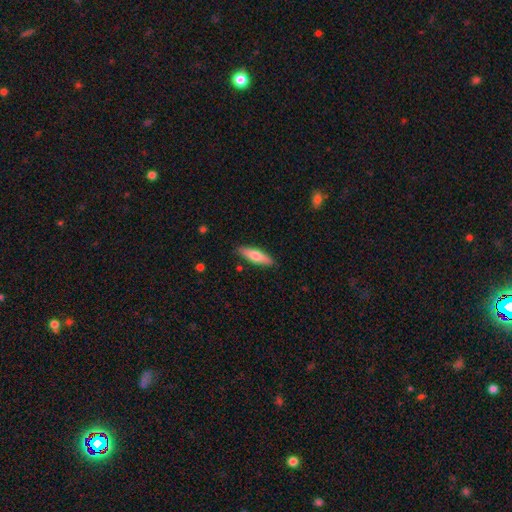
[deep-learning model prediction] smooth_or_featured: smooth (p=0.66) [alt: featured or disk p=0.28]
how_rounded: cigar-shaped (p=0.60) [alt: in between p=0.38]
merging: none (p=0.87) [alt: minor disturbance p=0.10]